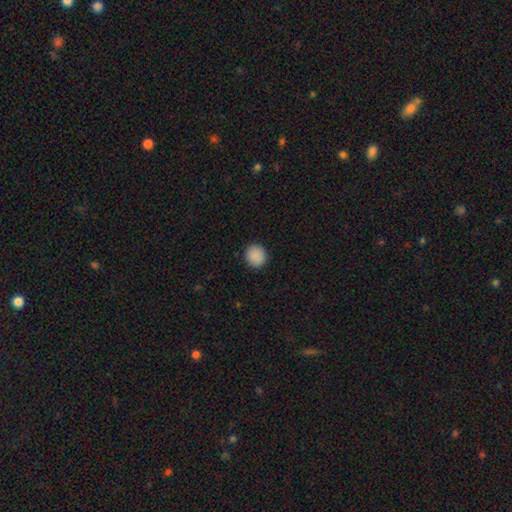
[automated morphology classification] Smooth or featured: smooth — 89% (star or artifact — 8%)
How rounded: round — 89% (in between — 10%)
Merging: none — 91% (minor disturbance — 6%)